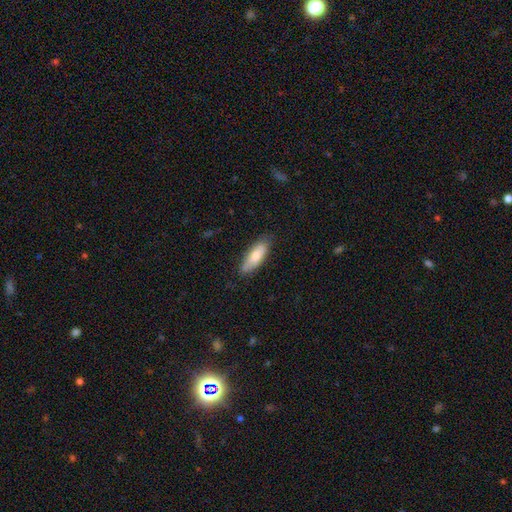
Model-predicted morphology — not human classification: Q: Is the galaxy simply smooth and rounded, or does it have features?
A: smooth — 78%.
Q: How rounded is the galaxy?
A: in between — 64%.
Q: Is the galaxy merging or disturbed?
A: none — 79%.